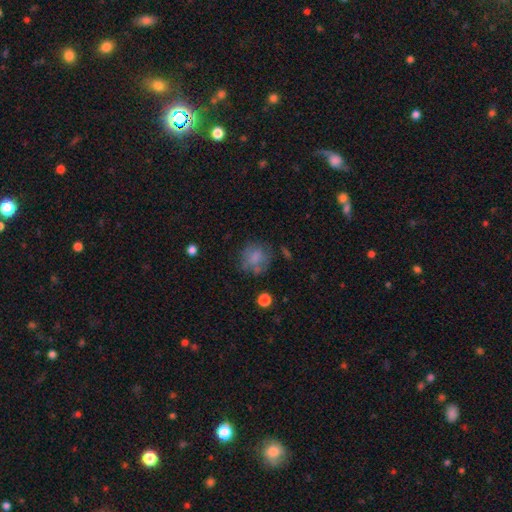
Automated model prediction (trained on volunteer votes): smooth-or-featured: smooth: 67% | featured or disk: 21% | star or artifact: 12%
  how-rounded: round: 79% | in between: 20% | cigar-shaped: 1%
  merging: none: 61% | minor disturbance: 21% | major disturbance: 12% | merger: 6%